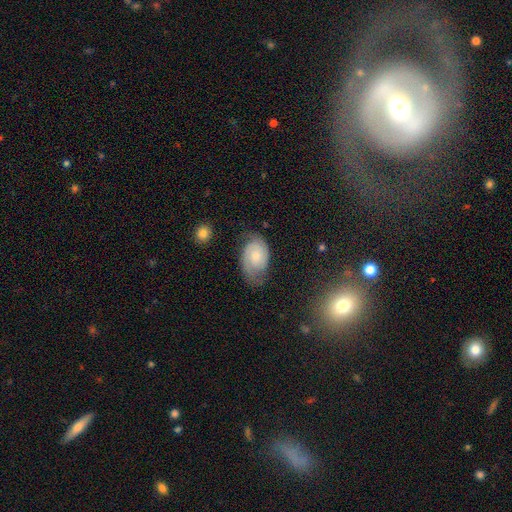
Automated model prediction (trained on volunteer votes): Smooth or featured?
  - featured or disk: 63% *
  - smooth: 30%
  - star or artifact: 7%
Edge-on disk?
  - no: 97% *
  - yes: 3%
Bar?
  - no: 71% *
  - weak: 26%
  - strong: 3%
Spiral arms?
  - yes: 91% *
  - no: 9%
Spiral winding?
  - tight: 47% *
  - medium: 39%
  - loose: 15%
Spiral arm count?
  - 2: 73% *
  - can't tell: 14%
  - 1: 9%
  - 3: 2%
  - 4: 1%
  - more than 4: 1%
Bulge size?
  - small: 45% *
  - moderate: 40%
  - none: 8%
  - large: 6%
  - dominant: 2%
Merging?
  - none: 59% *
  - minor disturbance: 27%
  - major disturbance: 13%
  - merger: 2%